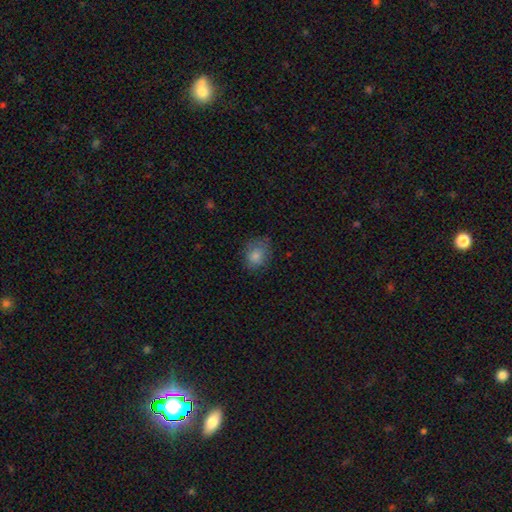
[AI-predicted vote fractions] Q: Smooth or featured?
A: smooth (79%); runner-up: star or artifact (12%)
Q: How rounded?
A: round (52%); runner-up: in between (47%)
Q: Merging?
A: none (71%); runner-up: minor disturbance (22%)